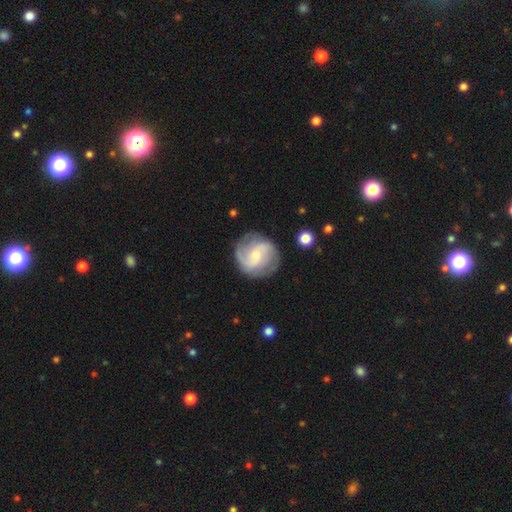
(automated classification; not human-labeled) Smooth or featured?
  - featured or disk: 79% *
  - smooth: 16%
  - star or artifact: 6%
Edge-on disk?
  - no: 98% *
  - yes: 2%
Bar?
  - no: 49% *
  - weak: 41%
  - strong: 10%
Spiral arms?
  - yes: 94% *
  - no: 6%
Spiral winding?
  - medium: 46% *
  - tight: 29%
  - loose: 25%
Spiral arm count?
  - 2: 63% *
  - 3: 14%
  - can't tell: 13%
  - 1: 4%
  - 4: 4%
  - more than 4: 3%
Bulge size?
  - small: 64% *
  - moderate: 31%
  - large: 2%
  - none: 2%
  - dominant: 1%
Merging?
  - none: 77% *
  - minor disturbance: 15%
  - major disturbance: 6%
  - merger: 2%